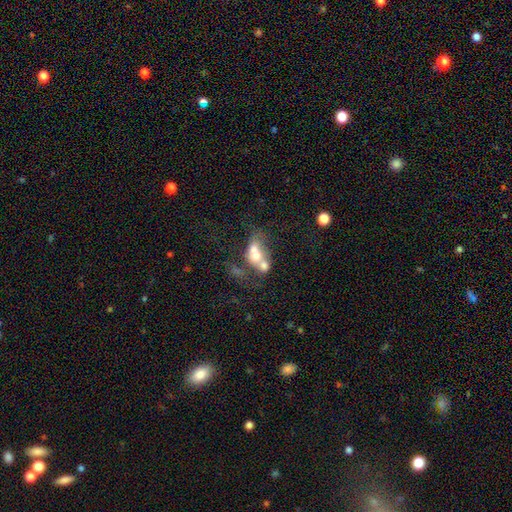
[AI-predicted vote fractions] Morphology: type=smooth (53%); roundness=in between (59%); merging=merger (71%).